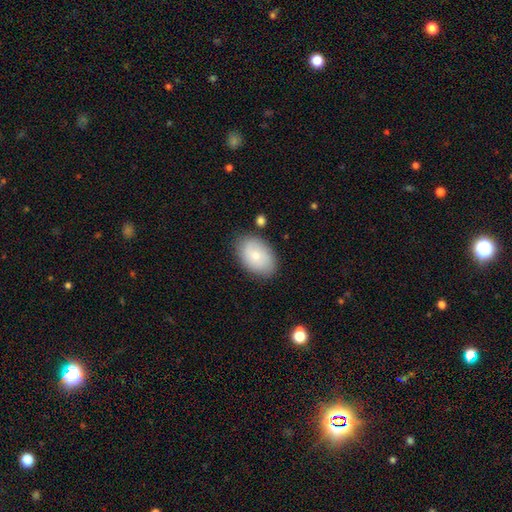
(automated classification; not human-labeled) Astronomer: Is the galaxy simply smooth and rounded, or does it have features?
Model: smooth — 75%.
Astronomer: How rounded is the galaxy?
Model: in between — 87%.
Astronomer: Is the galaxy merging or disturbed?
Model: none — 81%.